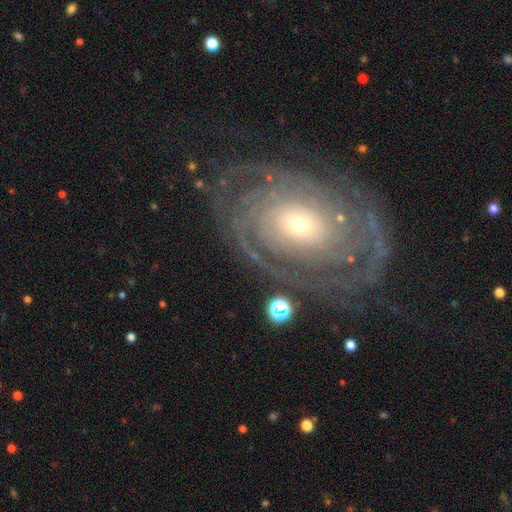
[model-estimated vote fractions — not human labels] smooth-or-featured: featured or disk: 85% | smooth: 8% | star or artifact: 7%
  disk-edge-on: no: 95% | yes: 5%
    bar: no: 75% | weak: 18% | strong: 8%
    has-spiral-arms: yes: 94% | no: 6%
      spiral-winding: tight: 77% | medium: 18% | loose: 5%
      spiral-arm-count: can't tell: 37% | 2: 19% | 3: 14% | 4: 12% | more than 4: 11% | 1: 7%
    bulge-size: small: 59% | moderate: 34% | large: 5% | dominant: 1% | none: 1%
  merging: none: 75% | minor disturbance: 15% | major disturbance: 9% | merger: 2%